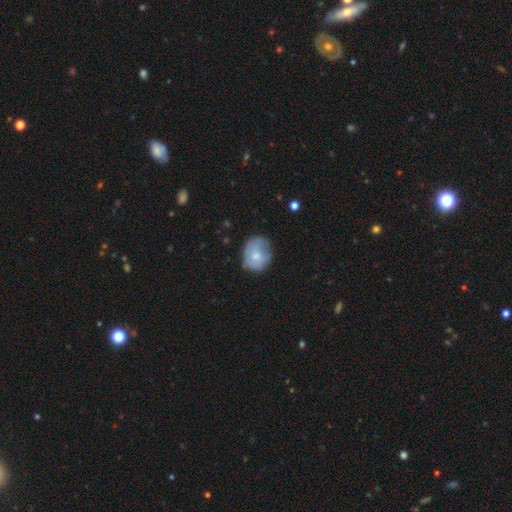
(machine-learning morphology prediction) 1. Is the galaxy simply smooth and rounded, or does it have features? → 63% smooth, 30% featured or disk, 7% star or artifact.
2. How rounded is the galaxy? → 64% round, 35% in between, 1% cigar-shaped.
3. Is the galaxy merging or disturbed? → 61% none, 28% minor disturbance, 10% major disturbance, 2% merger.